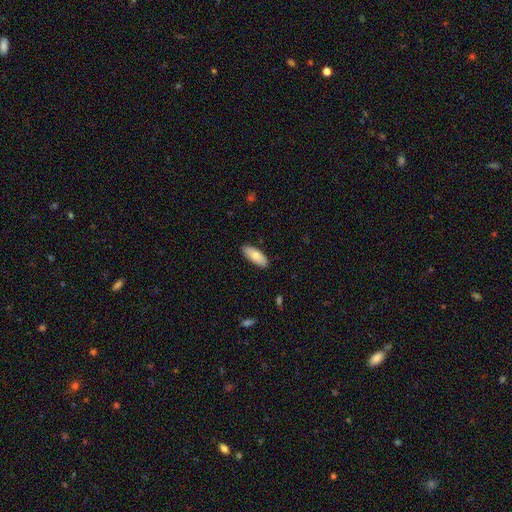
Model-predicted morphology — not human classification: Smooth or featured? smooth (78%)
How rounded? in between (79%)
Merging? none (88%)